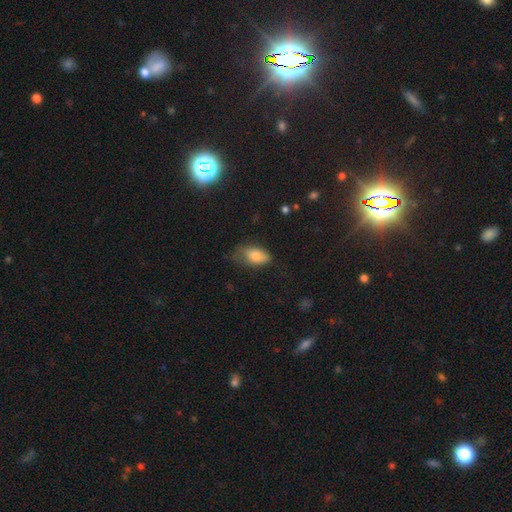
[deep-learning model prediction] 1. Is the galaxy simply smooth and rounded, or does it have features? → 81% smooth, 10% featured or disk, 8% star or artifact.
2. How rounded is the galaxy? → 91% in between, 5% round, 3% cigar-shaped.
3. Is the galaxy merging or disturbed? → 49% none, 35% minor disturbance, 14% major disturbance, 2% merger.